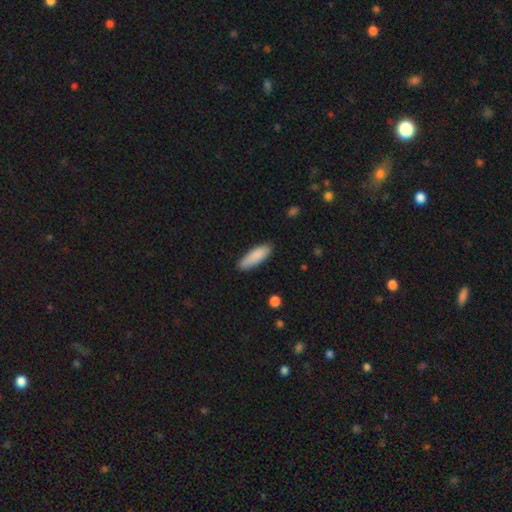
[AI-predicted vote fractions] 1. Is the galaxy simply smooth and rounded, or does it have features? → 87% smooth, 7% featured or disk, 6% star or artifact.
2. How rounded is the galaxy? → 50% cigar-shaped, 49% in between, 1% round.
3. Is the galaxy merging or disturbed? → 84% none, 13% minor disturbance, 2% major disturbance, 1% merger.